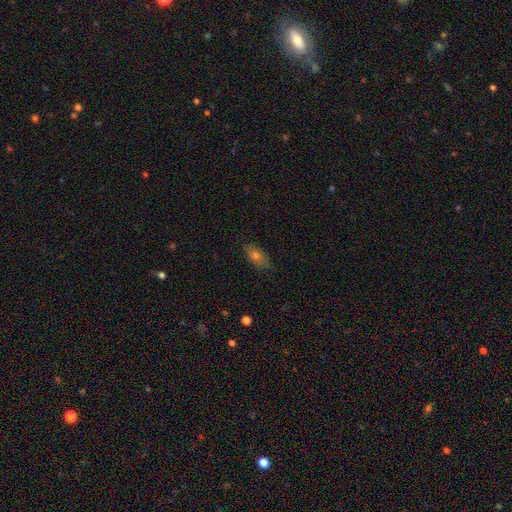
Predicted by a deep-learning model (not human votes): A smooth galaxy with no disk features (61%) that is in between round and cigar-shaped (83%).

Vote fractions:
- Smooth or featured? smooth: 61% / featured or disk: 24% / star or artifact: 15%
- How rounded? in between: 83% / cigar-shaped: 9% / round: 8%
- Merging? none: 81% / minor disturbance: 15% / major disturbance: 3% / merger: 1%